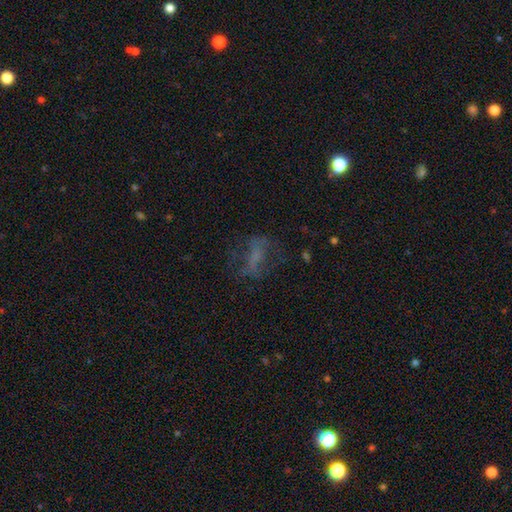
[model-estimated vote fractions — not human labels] Smooth or featured?
  - featured or disk: 42% *
  - smooth: 36%
  - star or artifact: 22%
Merging?
  - none: 53% *
  - major disturbance: 27%
  - minor disturbance: 17%
  - merger: 3%